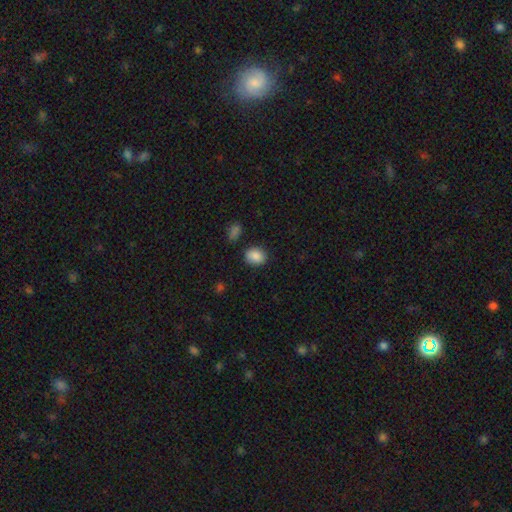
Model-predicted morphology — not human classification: Overall: smooth (87%). How rounded: round (50%; in between 49%). Merging: none (83%).